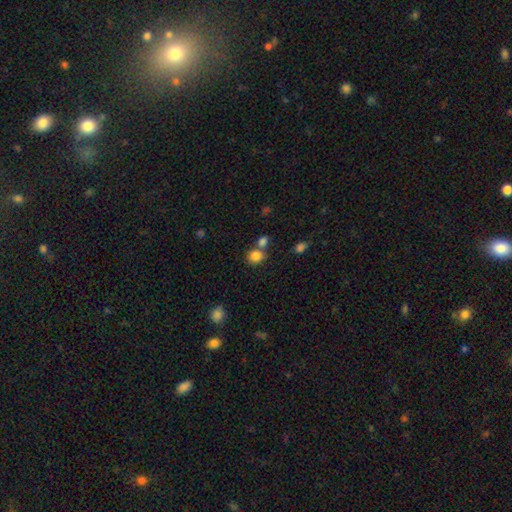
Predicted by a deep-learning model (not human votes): A smooth galaxy with no disk features (84%) that is round (74%).

Vote fractions:
- Smooth or featured? smooth: 84% / star or artifact: 11% / featured or disk: 6%
- How rounded? round: 74% / in between: 25% / cigar-shaped: 1%
- Merging? none: 56% / merger: 30% / minor disturbance: 10% / major disturbance: 4%